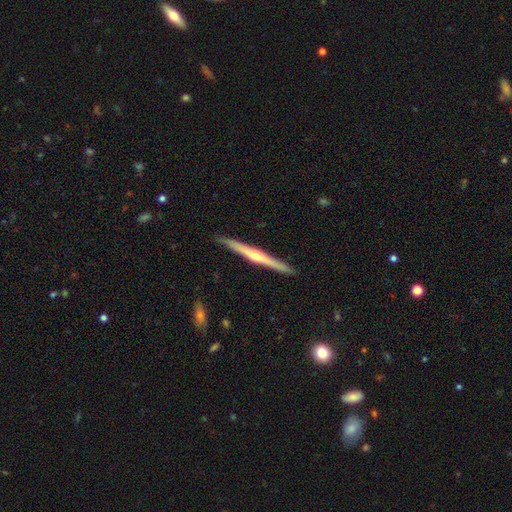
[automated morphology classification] featured or disk 72%, smooth 23%, star or artifact 5%. Down the decision tree: edge-on disk — yes (98%); edge-on bulge — rounded (76%); merging — none (92%).